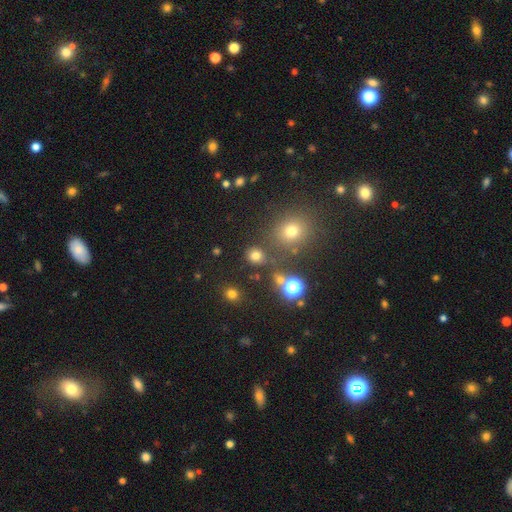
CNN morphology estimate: Overall: smooth (72%). How rounded: round (84%). Merging: none (80%).